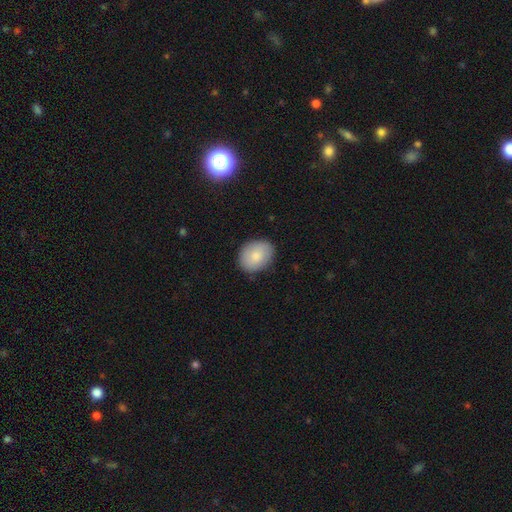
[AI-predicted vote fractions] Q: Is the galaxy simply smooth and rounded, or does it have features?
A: smooth — 81%.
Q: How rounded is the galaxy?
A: in between — 55%.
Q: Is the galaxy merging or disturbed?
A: none — 84%.